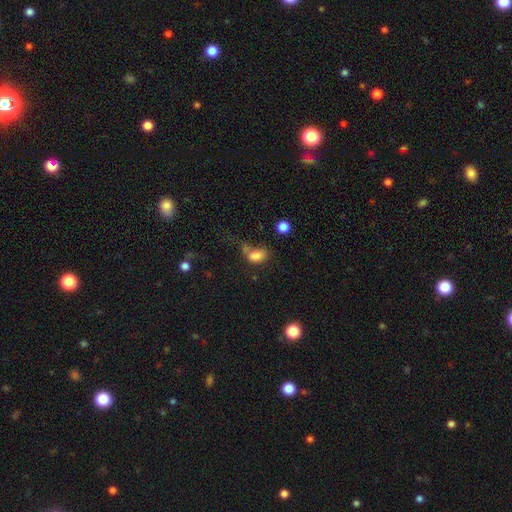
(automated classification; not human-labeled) Smooth or featured? Predicted: smooth (p=0.80). How rounded? Predicted: in between (p=0.84). Merging? Predicted: none (p=0.33).